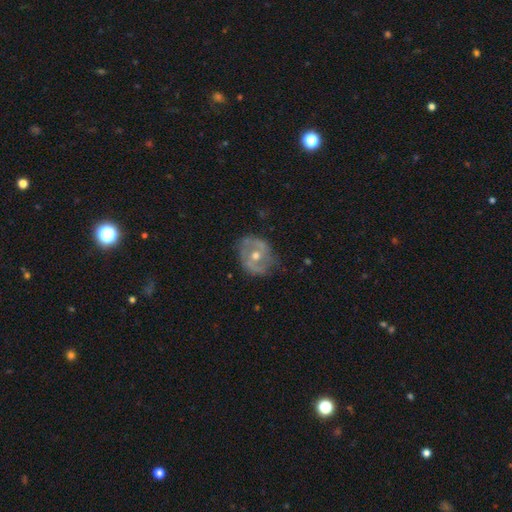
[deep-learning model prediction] The model was most divided on "bar": no: 51%, weak: 33%, strong: 16%. More confident: edge-on disk — no (96%); smooth or featured — featured or disk (73%); merging — none (70%); spiral arms — yes (69%); bulge size — moderate (68%).